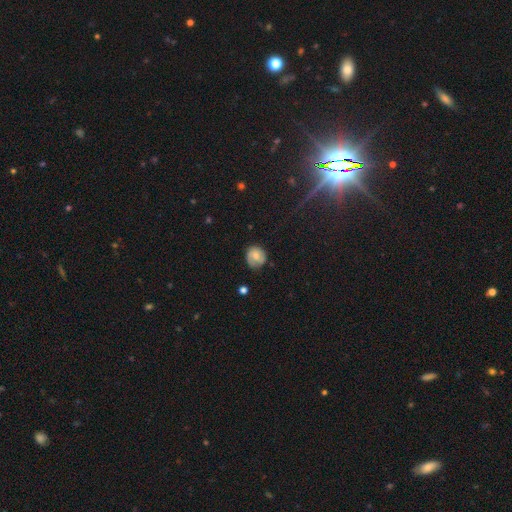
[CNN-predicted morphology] Smooth or featured?
  - smooth: 53% *
  - featured or disk: 38%
  - star or artifact: 9%
How rounded?
  - round: 82% *
  - in between: 17%
  - cigar-shaped: 1%
Merging?
  - none: 68% *
  - minor disturbance: 24%
  - major disturbance: 6%
  - merger: 1%